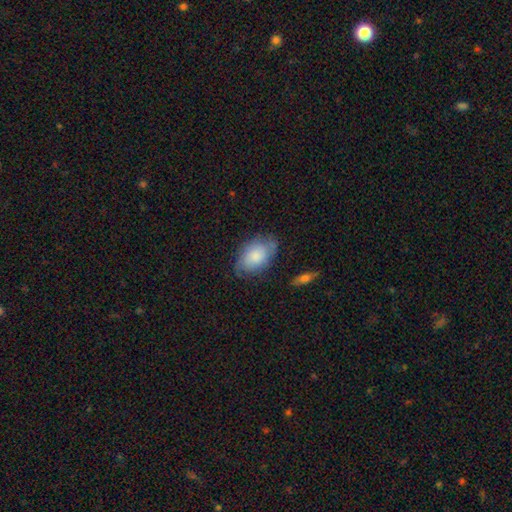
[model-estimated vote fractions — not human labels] smooth-or-featured: smooth: 77% | featured or disk: 17% | star or artifact: 6%
  how-rounded: in between: 89% | round: 10% | cigar-shaped: 1%
  merging: none: 66% | minor disturbance: 25% | major disturbance: 6% | merger: 3%